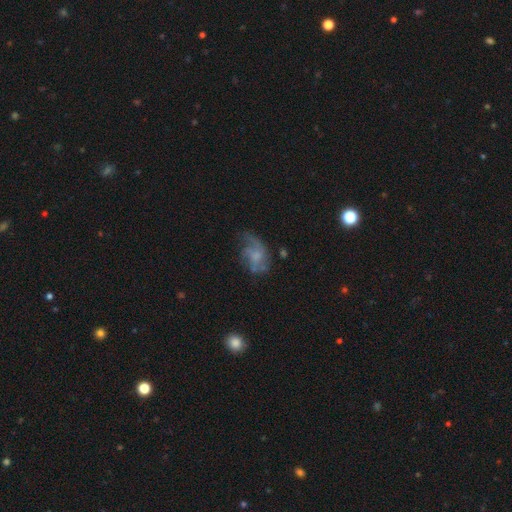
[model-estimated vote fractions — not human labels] Smooth or featured? Predicted: featured or disk (p=0.64). Edge-on disk? Predicted: no (p=0.97). Bar? Predicted: no (p=0.69). Spiral arms? Predicted: yes (p=0.80). Bulge size? Predicted: none (p=0.34). Merging? Predicted: none (p=0.46).